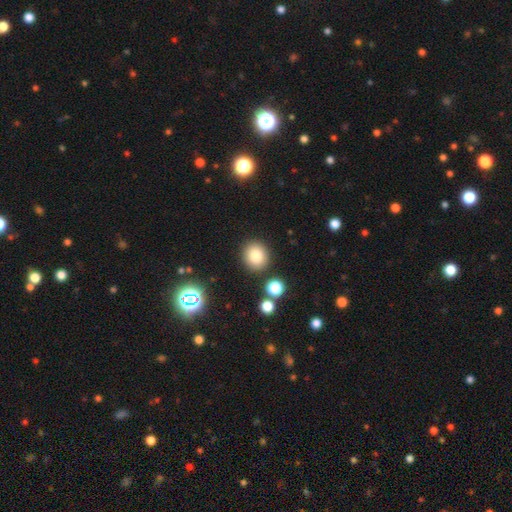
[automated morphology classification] smooth-or-featured: smooth: 82% | star or artifact: 11% | featured or disk: 6%
  how-rounded: round: 80% | in between: 19% | cigar-shaped: 1%
  merging: none: 86% | minor disturbance: 7% | merger: 4% | major disturbance: 2%